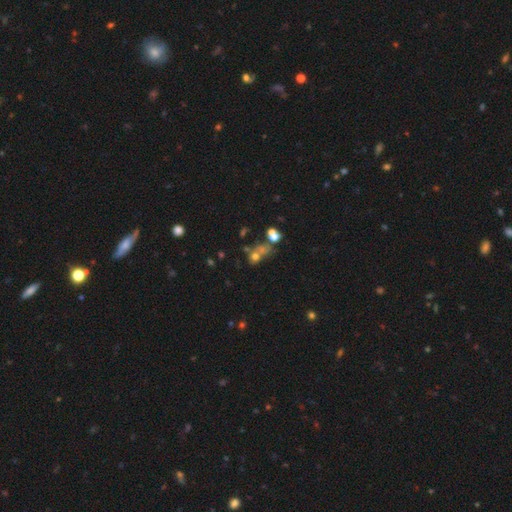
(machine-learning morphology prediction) Smooth or featured?
  - smooth: 54% *
  - star or artifact: 25%
  - featured or disk: 21%
How rounded?
  - round: 62% *
  - in between: 35%
  - cigar-shaped: 3%
Merging?
  - merger: 44% *
  - none: 33%
  - major disturbance: 12%
  - minor disturbance: 11%